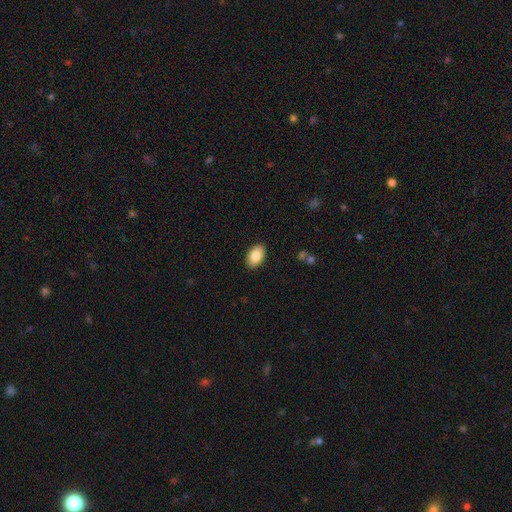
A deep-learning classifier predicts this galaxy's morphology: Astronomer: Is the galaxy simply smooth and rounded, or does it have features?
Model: smooth — 85%.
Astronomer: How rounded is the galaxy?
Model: in between — 92%.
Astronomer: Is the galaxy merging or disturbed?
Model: none — 89%.